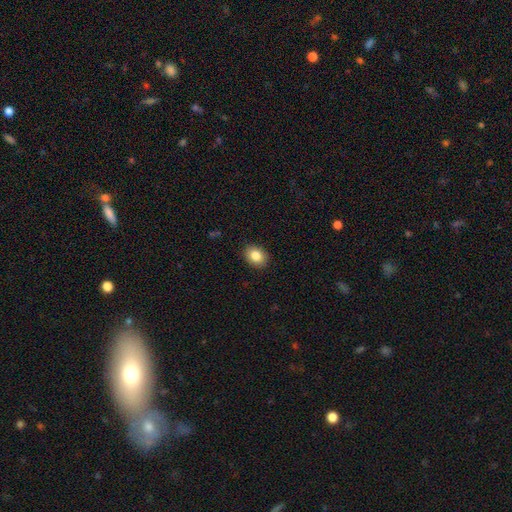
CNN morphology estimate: smooth_or_featured: smooth (p=0.84) [alt: star or artifact p=0.09]
how_rounded: in between (p=0.58) [alt: round p=0.42]
merging: none (p=0.90) [alt: minor disturbance p=0.07]